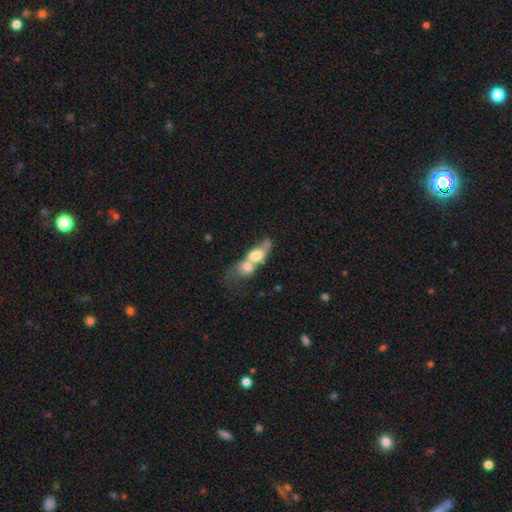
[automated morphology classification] smooth_or_featured: smooth (p=0.59) [alt: featured or disk p=0.33]
how_rounded: in between (p=0.65) [alt: round p=0.22]
merging: merger (p=0.81) [alt: major disturbance p=0.08]